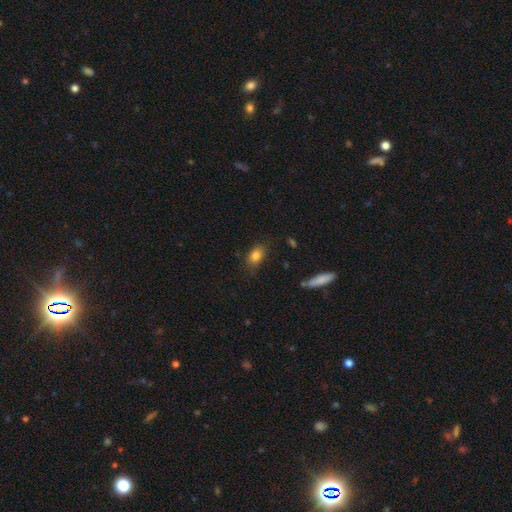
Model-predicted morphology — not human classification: The model was most divided on "merging": none: 77%, minor disturbance: 17%, major disturbance: 4%, merger: 2%. More confident: smooth or featured — smooth (83%); how rounded — in between (79%).